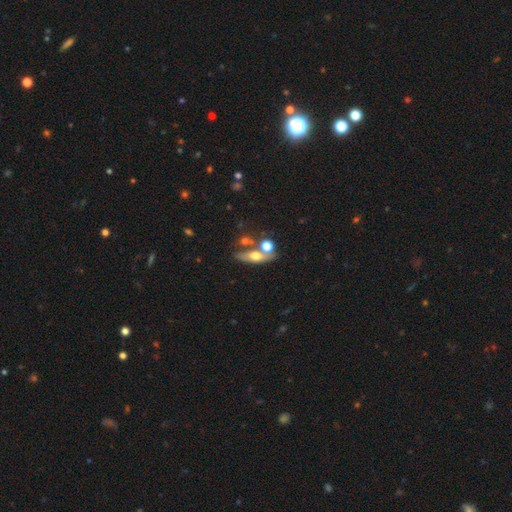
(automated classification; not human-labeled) Smooth or featured: smooth — 46% (featured or disk — 43%)
Merging: none — 54% (merger — 26%)